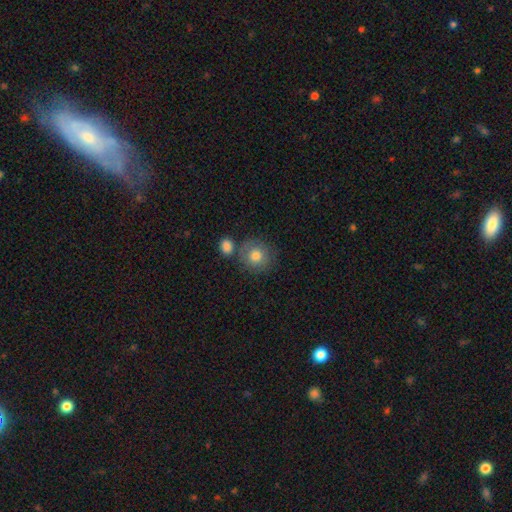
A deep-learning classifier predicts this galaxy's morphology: smooth-or-featured: smooth: 81% | featured or disk: 11% | star or artifact: 8%
  how-rounded: round: 89% | in between: 11% | cigar-shaped: 1%
  merging: none: 70% | merger: 14% | minor disturbance: 12% | major disturbance: 4%